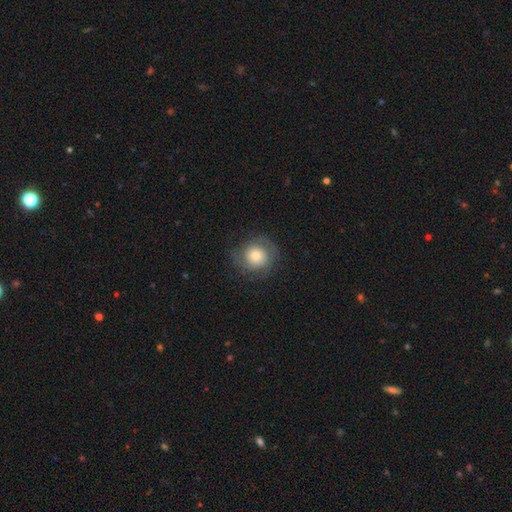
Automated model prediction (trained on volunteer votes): smooth-or-featured: featured or disk: 48% | smooth: 43% | star or artifact: 9%
  merging: none: 77% | minor disturbance: 14% | major disturbance: 8% | merger: 1%